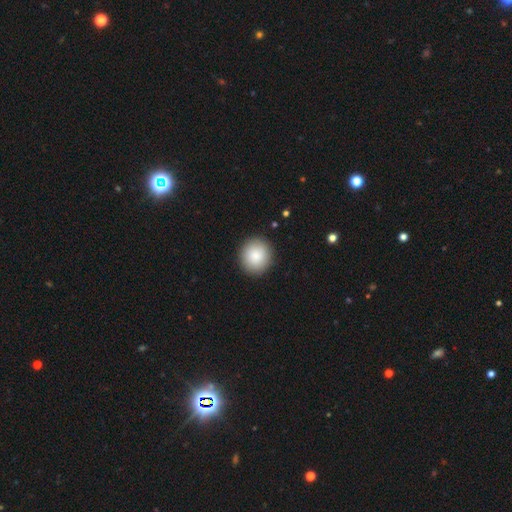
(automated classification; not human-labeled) Q: Smooth or featured?
A: smooth (86%); runner-up: star or artifact (7%)
Q: How rounded?
A: round (90%); runner-up: in between (9%)
Q: Merging?
A: none (91%); runner-up: minor disturbance (6%)